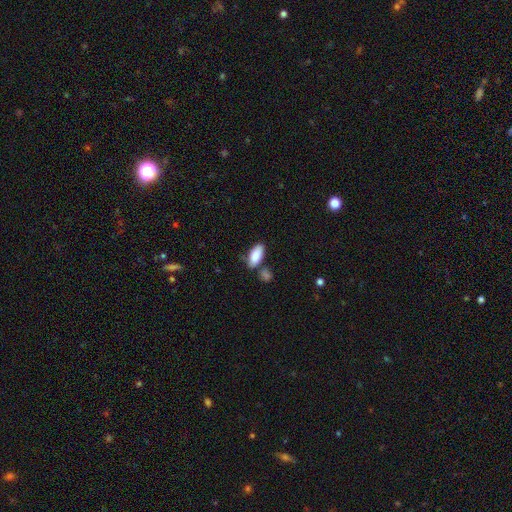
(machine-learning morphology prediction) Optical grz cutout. It shows a smooth galaxy with no disk features (86%) that is in between round and cigar-shaped (88%). Merging: none (68%).